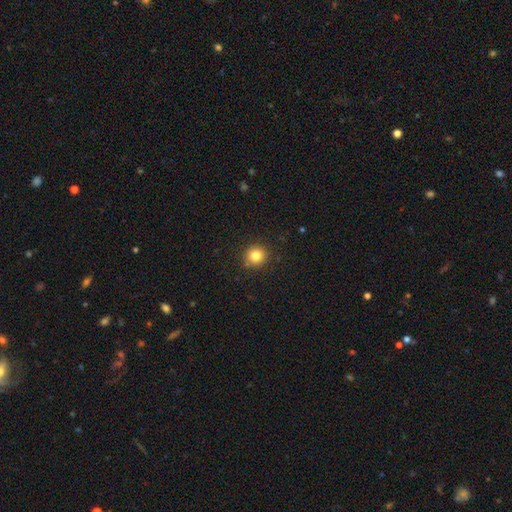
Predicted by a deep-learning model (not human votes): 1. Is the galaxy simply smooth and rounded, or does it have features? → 82% smooth, 12% star or artifact, 6% featured or disk.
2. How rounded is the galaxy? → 93% round, 6% in between, 1% cigar-shaped.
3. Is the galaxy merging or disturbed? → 89% none, 7% minor disturbance, 2% major disturbance, 2% merger.